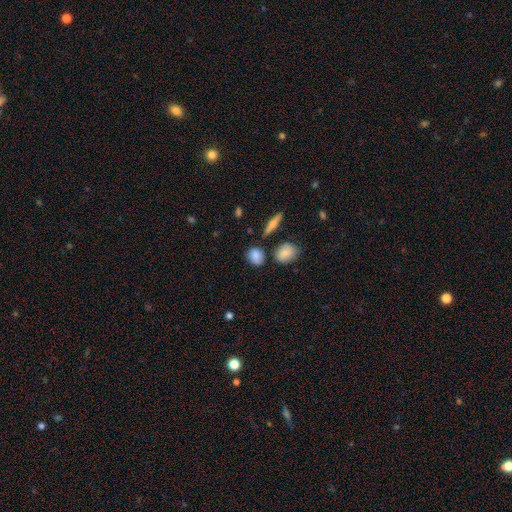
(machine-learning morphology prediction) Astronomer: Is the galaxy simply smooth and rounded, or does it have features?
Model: smooth — 81%.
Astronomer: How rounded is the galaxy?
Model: in between — 50% (runner-up: round, 47%).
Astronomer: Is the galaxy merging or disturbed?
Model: none — 73%.